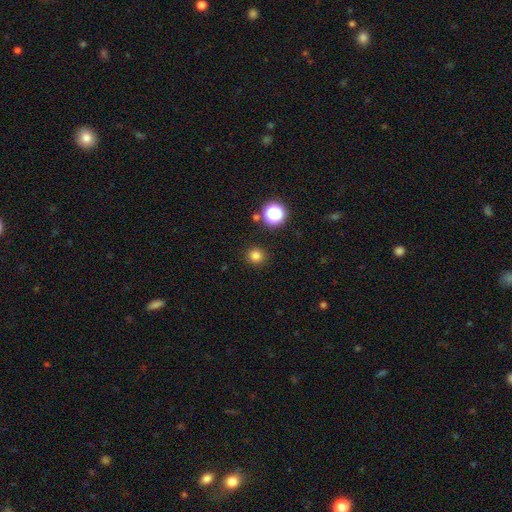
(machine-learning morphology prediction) Smooth or featured: smooth — 80% (star or artifact — 16%)
How rounded: round — 93% (in between — 6%)
Merging: none — 90% (minor disturbance — 6%)